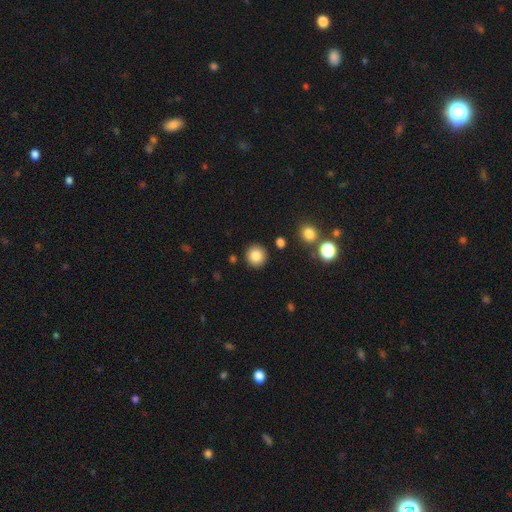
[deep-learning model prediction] A smooth galaxy with no disk features (84%) that is round (94%).

Vote fractions:
- Smooth or featured? smooth: 84% / star or artifact: 10% / featured or disk: 6%
- How rounded? round: 94% / in between: 5% / cigar-shaped: 1%
- Merging? none: 90% / minor disturbance: 6% / merger: 2% / major disturbance: 2%